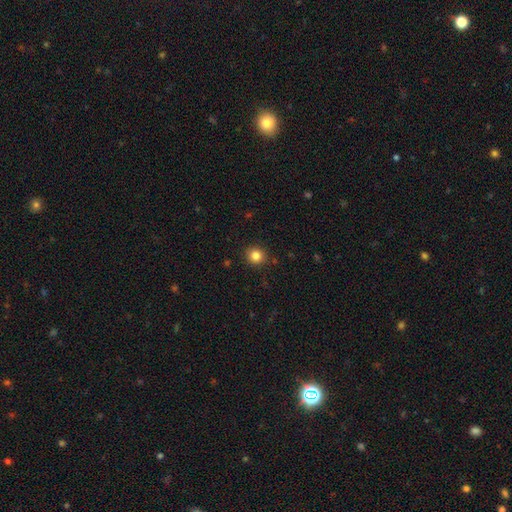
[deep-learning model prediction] Smooth or featured? Predicted: smooth (p=0.83). How rounded? Predicted: round (p=0.89). Merging? Predicted: none (p=0.91).